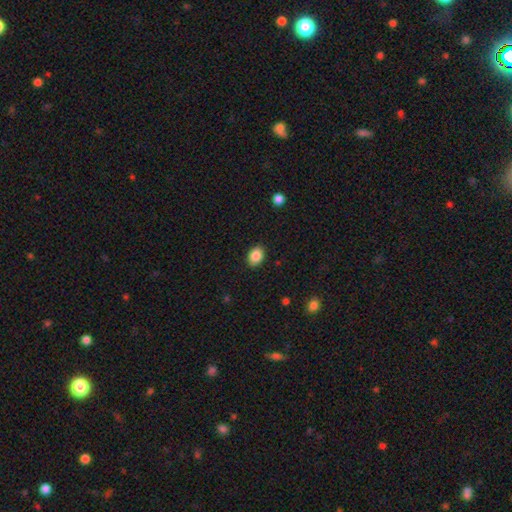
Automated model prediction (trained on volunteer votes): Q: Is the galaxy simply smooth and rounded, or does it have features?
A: smooth — 87%.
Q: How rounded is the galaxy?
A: in between — 78%.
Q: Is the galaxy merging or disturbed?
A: none — 89%.